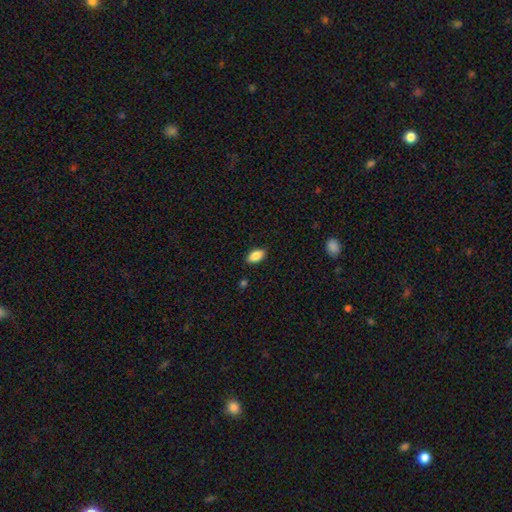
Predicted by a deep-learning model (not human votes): Smooth or featured?
  - smooth: 87% *
  - star or artifact: 7%
  - featured or disk: 6%
How rounded?
  - in between: 92% *
  - cigar-shaped: 5%
  - round: 3%
Merging?
  - none: 87% *
  - minor disturbance: 9%
  - major disturbance: 2%
  - merger: 1%